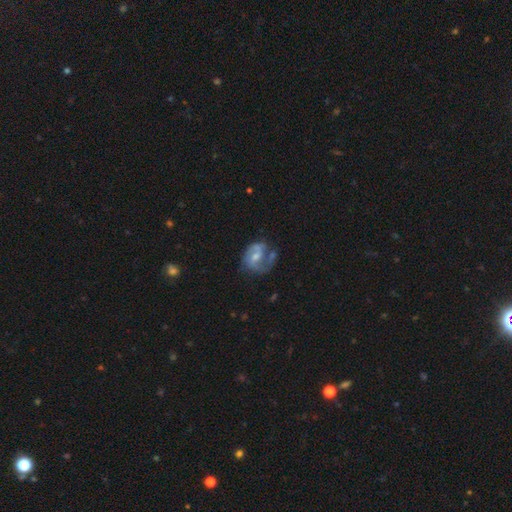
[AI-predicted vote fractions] Morphology: type=featured or disk (68%); edge-on=no (97%); bar=weak (45%); spiral arms=yes (78%); winding=medium (46%); arm count=2 (57%); bulge=moderate (50%); merging=none (41%).